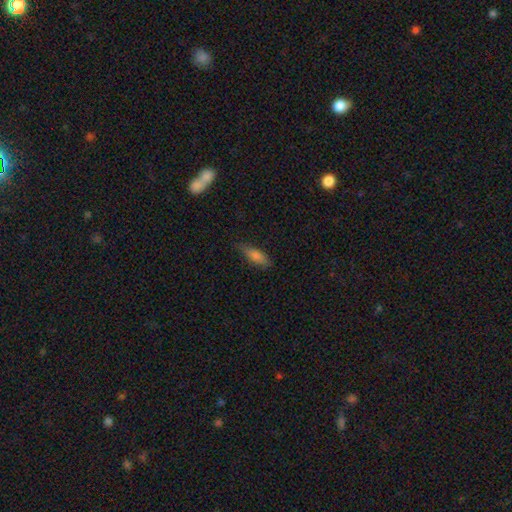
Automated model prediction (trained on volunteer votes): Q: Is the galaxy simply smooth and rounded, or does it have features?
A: smooth — 77%.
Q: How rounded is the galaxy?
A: in between — 59%.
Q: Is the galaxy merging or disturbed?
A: none — 76%.